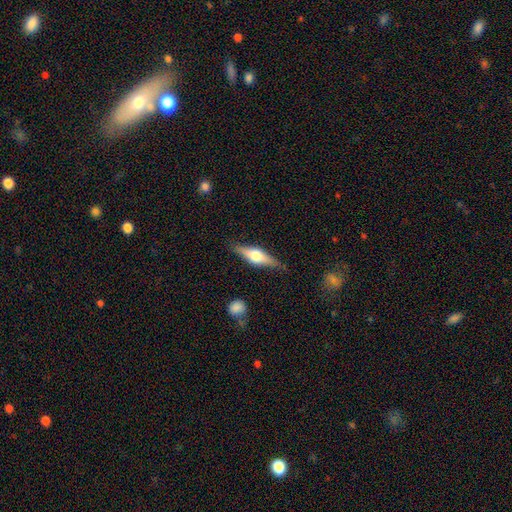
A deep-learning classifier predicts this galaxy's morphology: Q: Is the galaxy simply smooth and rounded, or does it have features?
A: featured or disk — 60%.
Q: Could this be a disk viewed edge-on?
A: yes — 95%.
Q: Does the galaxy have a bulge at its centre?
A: rounded — 92%.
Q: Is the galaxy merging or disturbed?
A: none — 83%.